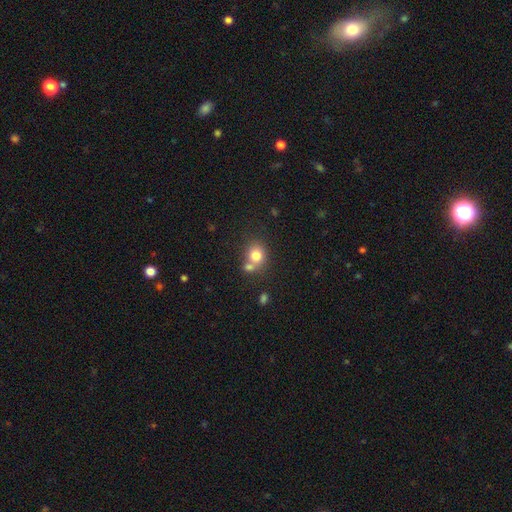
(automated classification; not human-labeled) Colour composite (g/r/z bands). It shows a smooth galaxy with no disk features (78%) that is round (71%). Merging: none (48%).